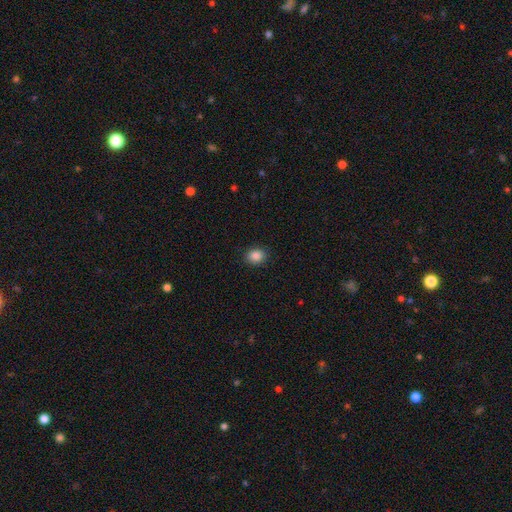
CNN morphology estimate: Q: Smooth or featured?
A: smooth (87%); runner-up: star or artifact (10%)
Q: How rounded?
A: round (68%); runner-up: in between (31%)
Q: Merging?
A: none (90%); runner-up: minor disturbance (7%)